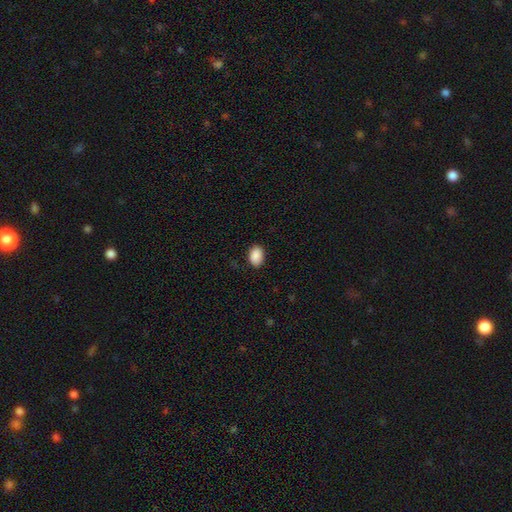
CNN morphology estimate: A smooth galaxy with no disk features (90%) that is in between round and cigar-shaped (84%). Merging: none (87%).